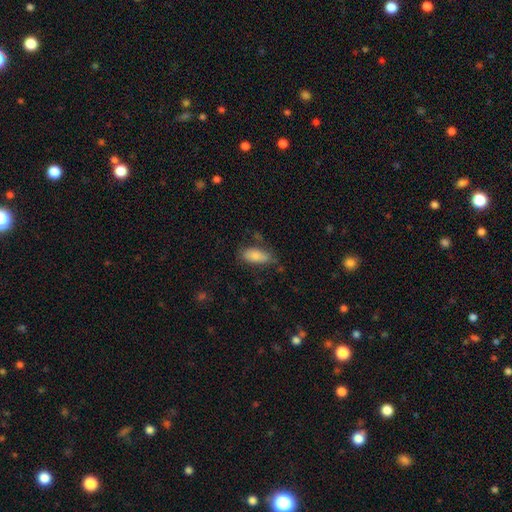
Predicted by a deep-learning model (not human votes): Smooth or featured? Predicted: smooth (p=0.82). How rounded? Predicted: in between (p=0.84). Merging? Predicted: none (p=0.63).